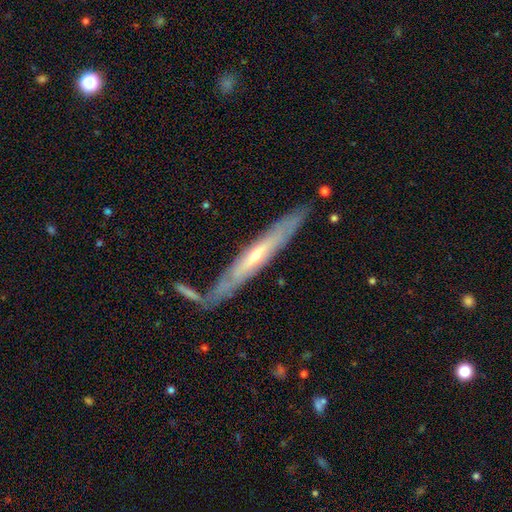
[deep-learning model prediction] Morphology: type=featured or disk (68%); edge-on=yes (76%); edge-on bulge=none (49%); merging=none (76%).